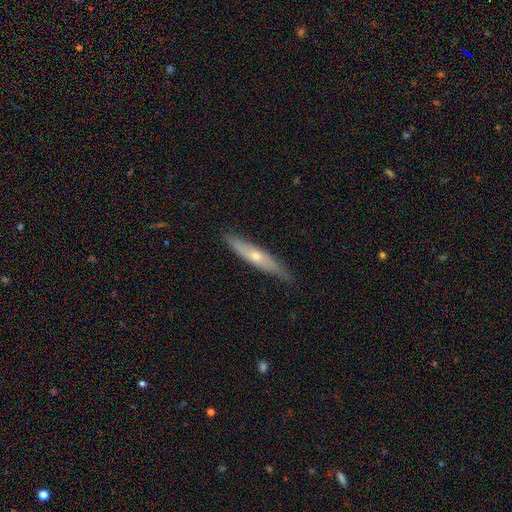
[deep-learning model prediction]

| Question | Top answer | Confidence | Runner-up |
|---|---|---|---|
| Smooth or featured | featured or disk | 54% | smooth (40%) |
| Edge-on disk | yes | 74% | no (26%) |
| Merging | none | 80% | minor disturbance (16%) |